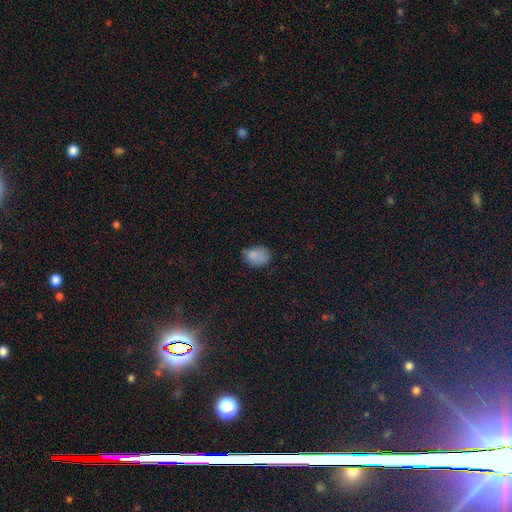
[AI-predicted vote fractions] A smooth galaxy with no disk features (82%) that is in between round and cigar-shaped (72%). Merging: none (57%).